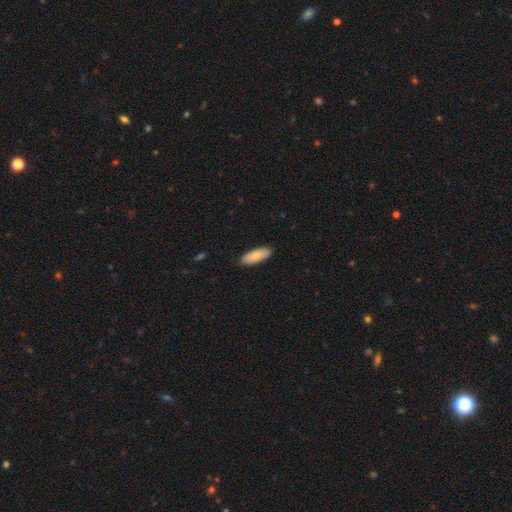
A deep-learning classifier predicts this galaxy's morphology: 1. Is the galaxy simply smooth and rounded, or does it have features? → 85% smooth, 9% featured or disk, 6% star or artifact.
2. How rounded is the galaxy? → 70% in between, 28% cigar-shaped, 2% round.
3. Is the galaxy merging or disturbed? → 89% none, 9% minor disturbance, 2% major disturbance, 1% merger.